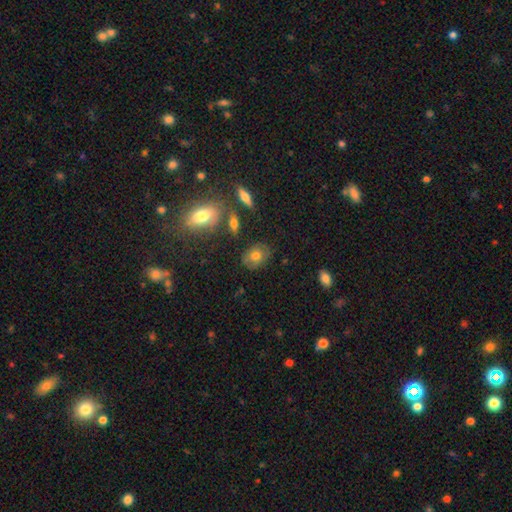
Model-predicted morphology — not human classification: Smooth or featured? smooth (67%)
How rounded? in between (68%)
Merging? none (75%)